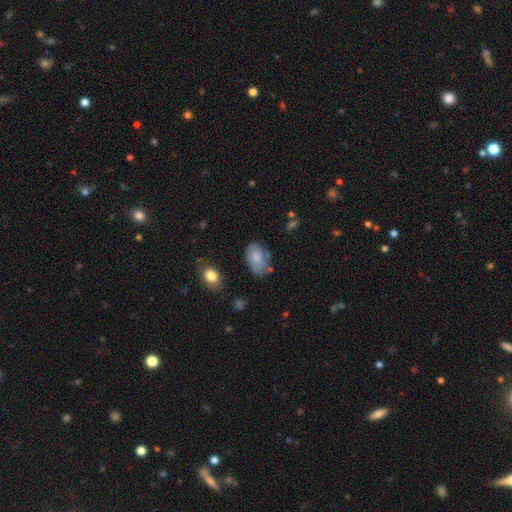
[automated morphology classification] This appears to be a smooth galaxy with no disk features (60%) that is in between round and cigar-shaped (89%). Merging: none (55%).